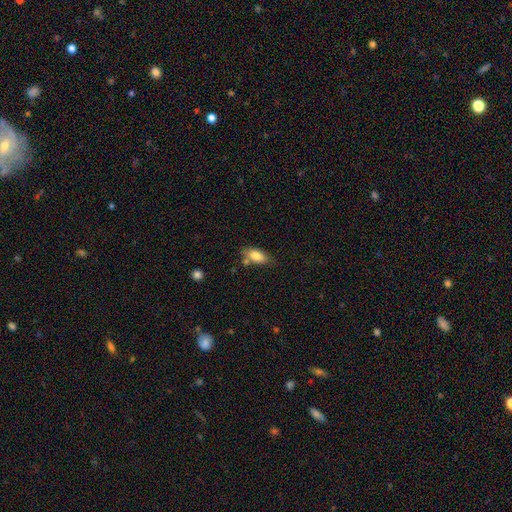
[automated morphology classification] A smooth galaxy with no disk features (80%) that is in between round and cigar-shaped (87%).

Vote fractions:
- Smooth or featured? smooth: 80% / featured or disk: 12% / star or artifact: 8%
- How rounded? in between: 87% / cigar-shaped: 9% / round: 4%
- Merging? none: 62% / minor disturbance: 21% / merger: 13% / major disturbance: 5%